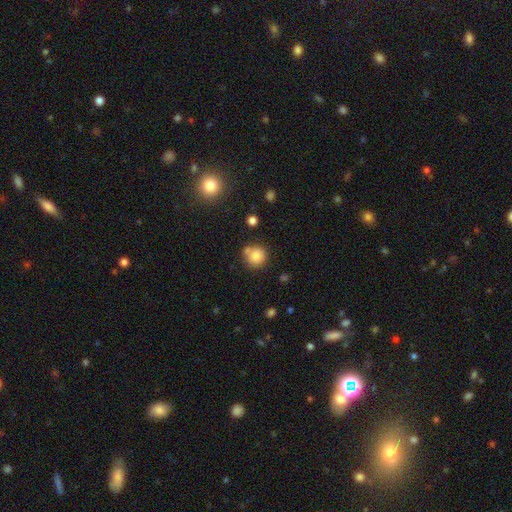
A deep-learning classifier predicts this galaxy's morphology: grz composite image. It shows a smooth galaxy with no disk features (82%) that is round (90%). Merging: none (65%).